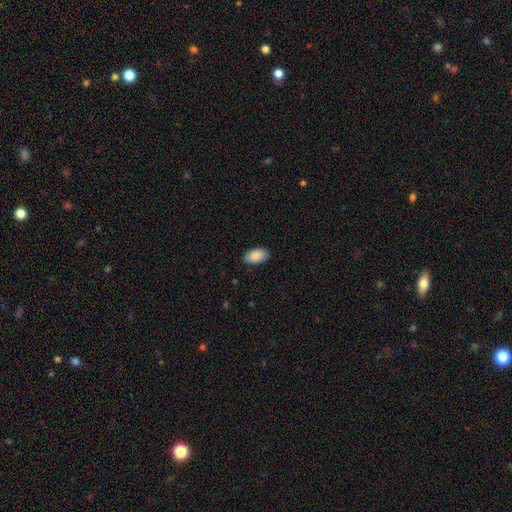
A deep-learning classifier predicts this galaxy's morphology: This is clearly a smooth galaxy (89%). How rounded: clearly in between (95%). Merging: clearly none (89%).